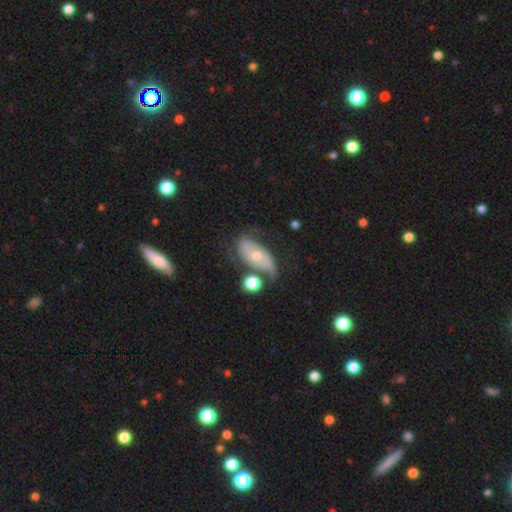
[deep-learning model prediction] smooth-or-featured: featured or disk: 66% | smooth: 27% | star or artifact: 8%
  disk-edge-on: no: 92% | yes: 8%
    bar: no: 75% | weak: 19% | strong: 6%
    has-spiral-arms: yes: 74% | no: 26%
    bulge-size: moderate: 56% | small: 39% | large: 2% | none: 1% | dominant: 1%
  merging: none: 48% | minor disturbance: 25% | major disturbance: 16% | merger: 12%